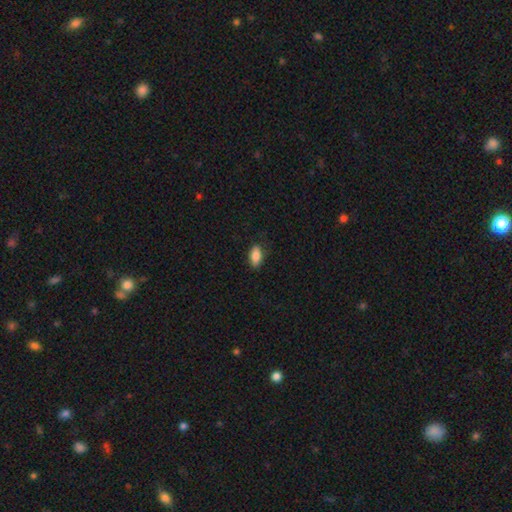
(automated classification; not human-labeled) A smooth galaxy with no disk features (86%) that is in between round and cigar-shaped (89%). Merging: none (82%).